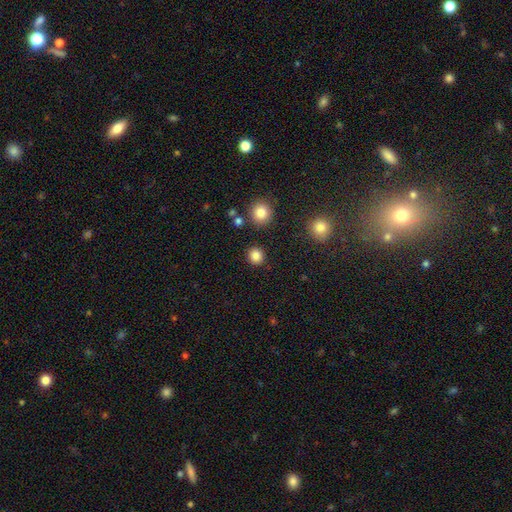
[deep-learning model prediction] smooth 85%, star or artifact 11%, featured or disk 4%. Down the decision tree: how rounded — round (90%); merging — none (90%).